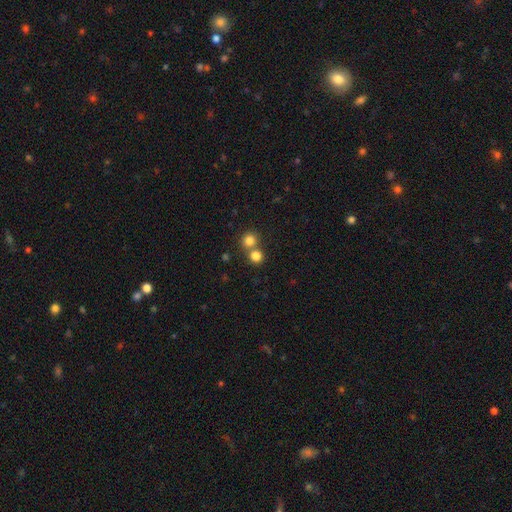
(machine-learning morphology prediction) Smooth or featured? smooth (80%)
How rounded? round (90%)
Merging? none (56%)